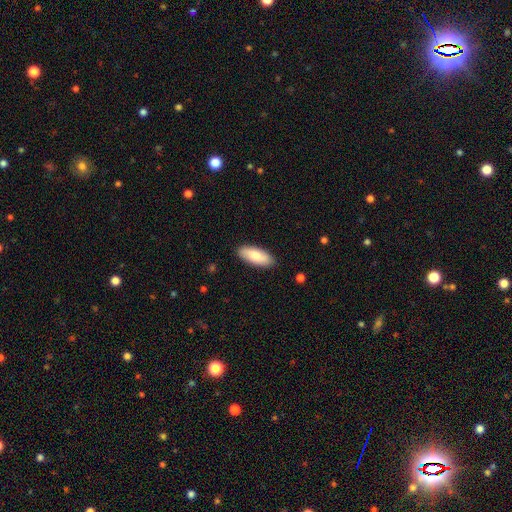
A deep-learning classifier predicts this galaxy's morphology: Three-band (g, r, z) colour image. It shows a smooth galaxy with no disk features (77%) that is in between round and cigar-shaped (81%). Merging: none (88%).